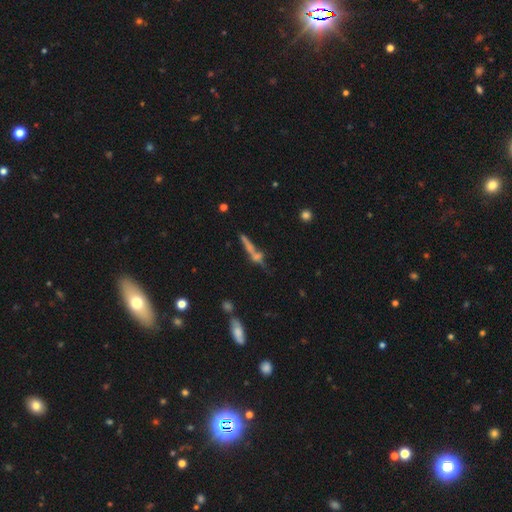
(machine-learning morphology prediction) A featured or disk galaxy (46%). Merging: none (54%).